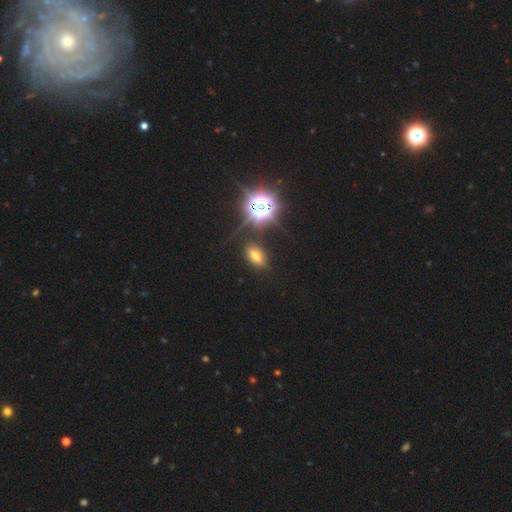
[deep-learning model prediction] Overall: smooth (56%; star or artifact 33%). How rounded: in between (85%). Merging: none (81%).